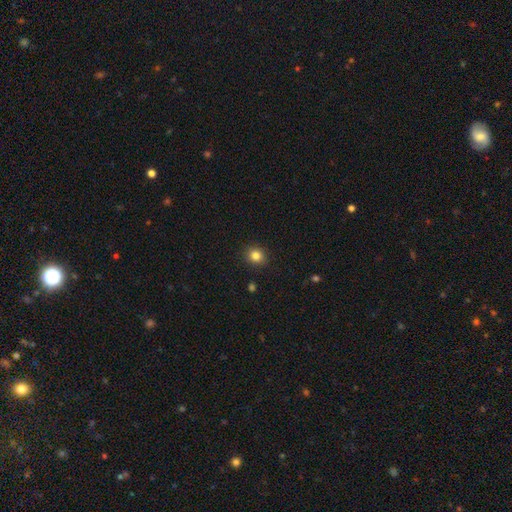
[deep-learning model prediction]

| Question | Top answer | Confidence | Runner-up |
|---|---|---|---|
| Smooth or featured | smooth | 83% | star or artifact (11%) |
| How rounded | round | 82% | in between (17%) |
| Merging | none | 91% | minor disturbance (6%) |